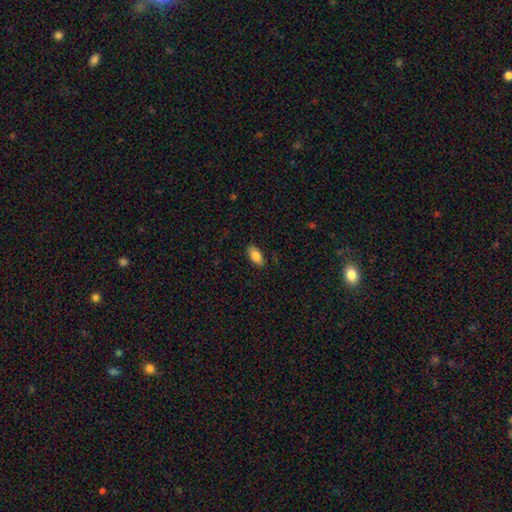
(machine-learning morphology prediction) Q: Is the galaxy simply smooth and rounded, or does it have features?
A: smooth — 83%.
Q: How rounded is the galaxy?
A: in between — 89%.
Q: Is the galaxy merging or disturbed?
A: none — 84%.